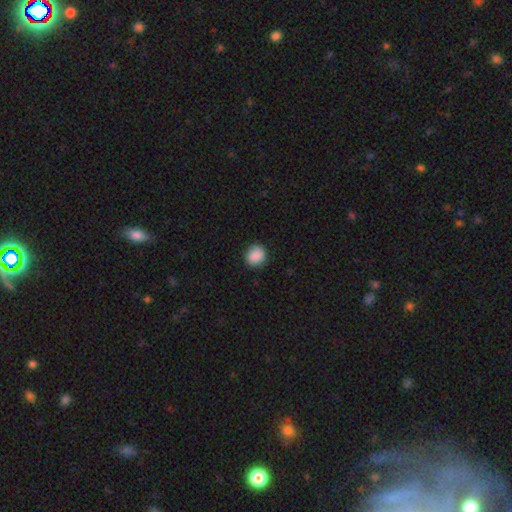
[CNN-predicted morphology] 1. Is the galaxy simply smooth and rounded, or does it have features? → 89% smooth, 8% star or artifact, 3% featured or disk.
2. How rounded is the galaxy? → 78% round, 21% in between, 1% cigar-shaped.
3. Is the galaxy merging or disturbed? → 88% none, 9% minor disturbance, 2% major disturbance, 1% merger.